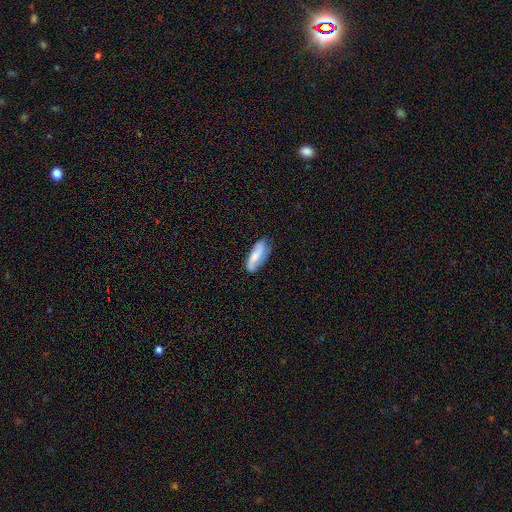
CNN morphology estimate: smooth 55%, featured or disk 38%, star or artifact 7%. Down the decision tree: how rounded — in between (62%); merging — none (74%).